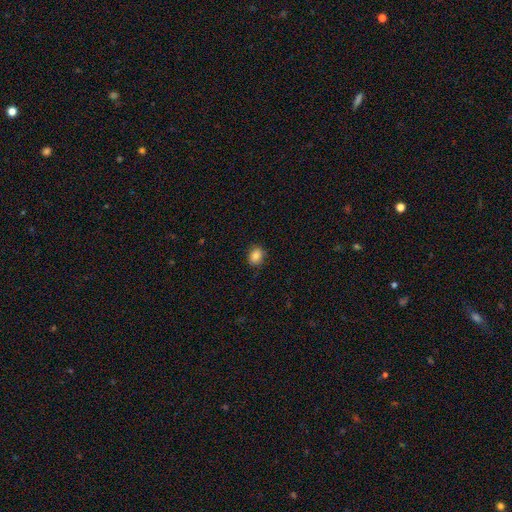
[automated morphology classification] This appears to be a smooth galaxy with no disk features (84%) that is round (59%). Merging: none (85%).